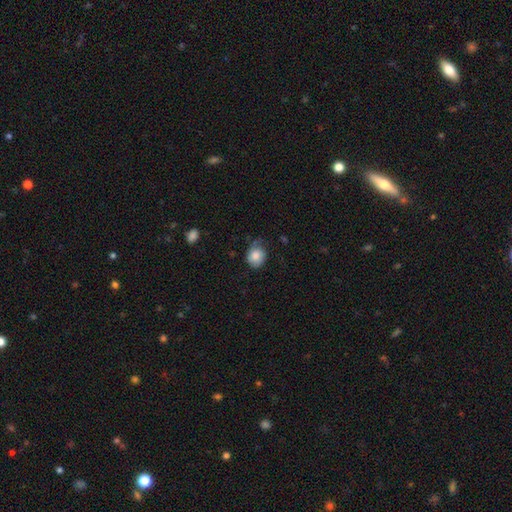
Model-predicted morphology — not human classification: smooth_or_featured: smooth (p=0.79) [alt: featured or disk p=0.13]
how_rounded: round (p=0.64) [alt: in between p=0.35]
merging: none (p=0.50) [alt: minor disturbance p=0.35]